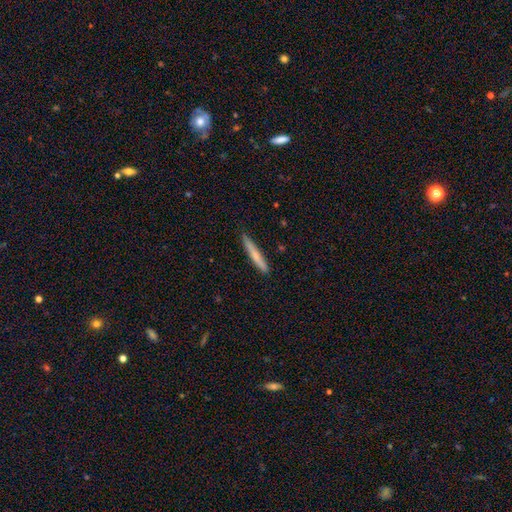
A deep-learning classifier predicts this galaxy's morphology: A smooth galaxy with no disk features (61%) that is cigar-shaped (95%). Merging: none (88%).